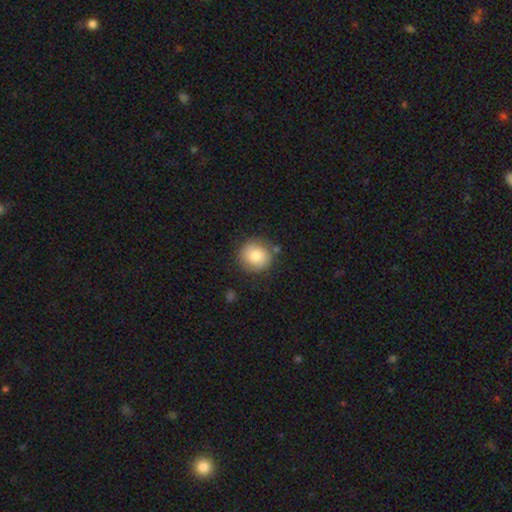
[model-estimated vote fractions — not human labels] Smooth or featured?
  - smooth: 82% *
  - featured or disk: 10%
  - star or artifact: 8%
How rounded?
  - round: 89% *
  - in between: 10%
  - cigar-shaped: 1%
Merging?
  - none: 80% *
  - minor disturbance: 13%
  - major disturbance: 4%
  - merger: 3%